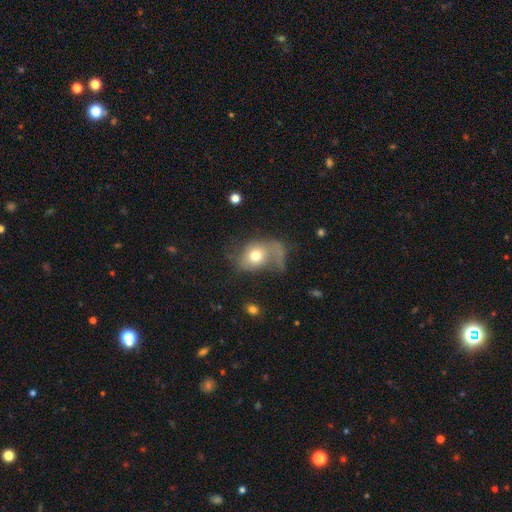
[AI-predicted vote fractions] A smooth galaxy with no disk features (59%) that is in between round and cigar-shaped (59%). Merging: major disturbance (43%).